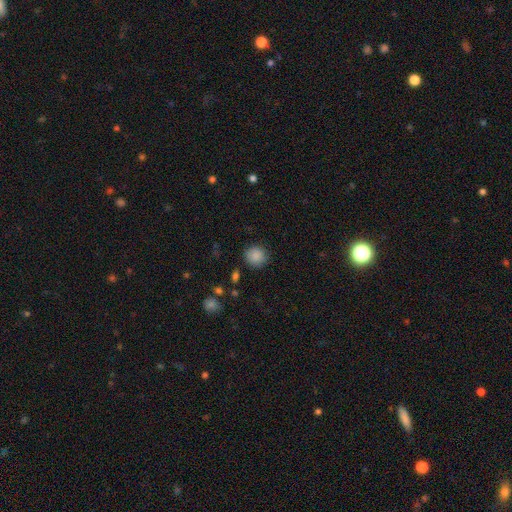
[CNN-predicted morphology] Q: Smooth or featured?
A: smooth (87%); runner-up: star or artifact (9%)
Q: How rounded?
A: round (90%); runner-up: in between (9%)
Q: Merging?
A: none (87%); runner-up: minor disturbance (9%)